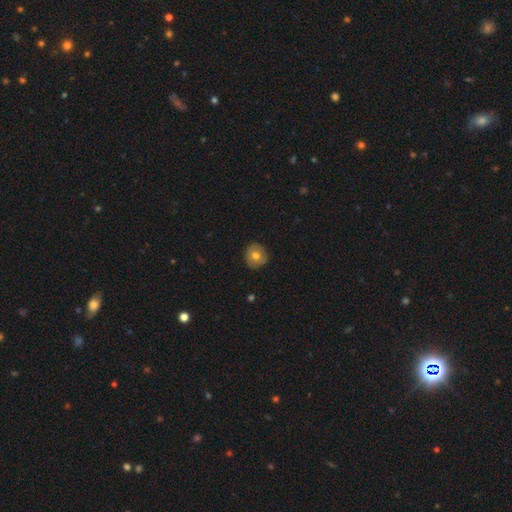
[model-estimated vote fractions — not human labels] smooth 68%, featured or disk 25%, star or artifact 8%. Down the decision tree: how rounded — round (86%); merging — none (85%).